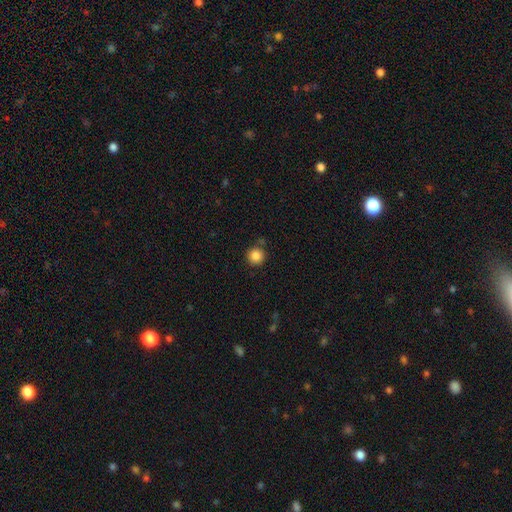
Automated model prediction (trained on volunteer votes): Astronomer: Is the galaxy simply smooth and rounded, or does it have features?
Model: smooth — 86%.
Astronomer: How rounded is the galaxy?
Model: round — 95%.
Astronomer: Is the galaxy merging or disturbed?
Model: none — 84%.